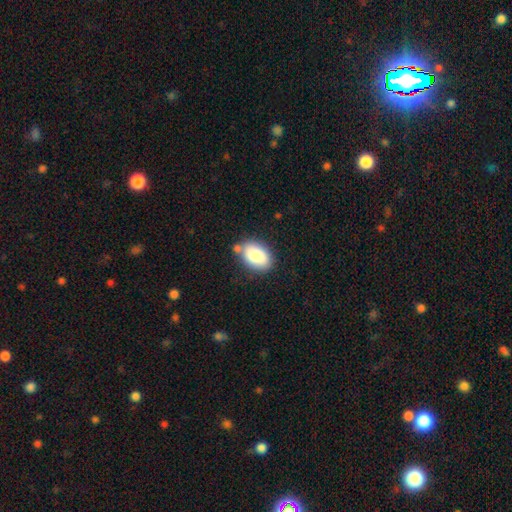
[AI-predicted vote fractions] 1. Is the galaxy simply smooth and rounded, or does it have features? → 84% smooth, 9% featured or disk, 7% star or artifact.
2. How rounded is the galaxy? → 89% in between, 10% round, 1% cigar-shaped.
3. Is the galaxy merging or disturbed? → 69% none, 17% minor disturbance, 10% merger, 4% major disturbance.